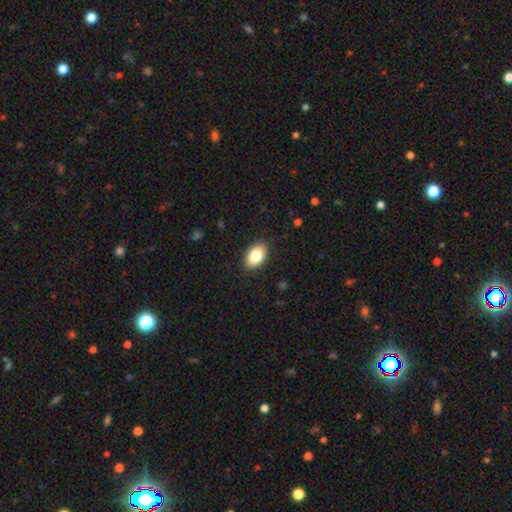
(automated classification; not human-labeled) Smooth or featured?
  - smooth: 83% *
  - featured or disk: 9%
  - star or artifact: 7%
How rounded?
  - in between: 90% *
  - round: 9%
  - cigar-shaped: 1%
Merging?
  - none: 88% *
  - minor disturbance: 9%
  - major disturbance: 2%
  - merger: 1%